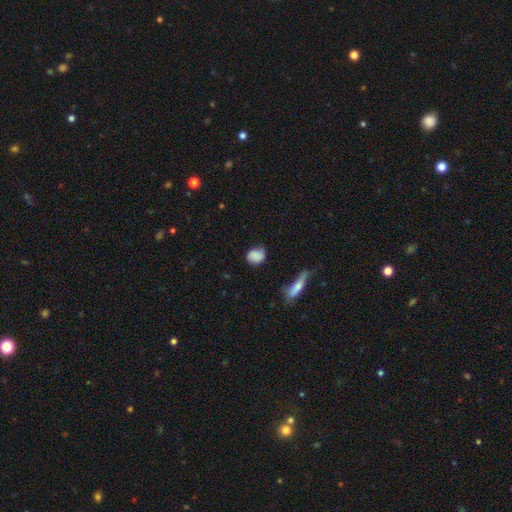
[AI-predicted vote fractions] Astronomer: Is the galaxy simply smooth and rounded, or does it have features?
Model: smooth — 82%.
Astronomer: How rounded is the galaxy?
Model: round — 54% (runner-up: in between, 44%).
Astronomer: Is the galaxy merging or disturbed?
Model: none — 70%.